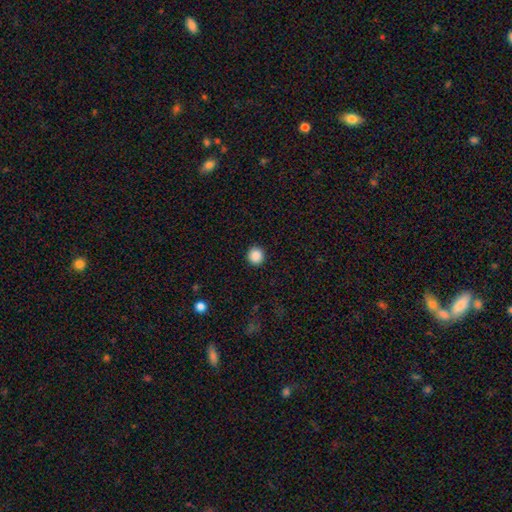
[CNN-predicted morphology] The model was most divided on "smooth or featured": smooth: 88%, star or artifact: 9%, featured or disk: 2%. More confident: how rounded — round (94%); merging — none (93%).